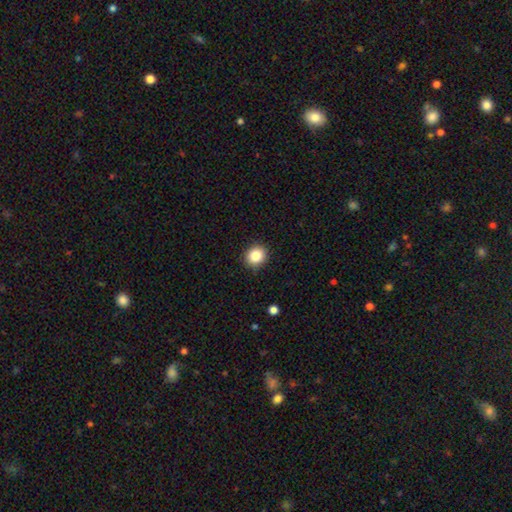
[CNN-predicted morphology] A smooth galaxy with no disk features (85%) that is round (80%).

Vote fractions:
- Smooth or featured? smooth: 85% / star or artifact: 10% / featured or disk: 5%
- How rounded? round: 80% / in between: 19% / cigar-shaped: 1%
- Merging? none: 90% / minor disturbance: 7% / major disturbance: 2% / merger: 1%